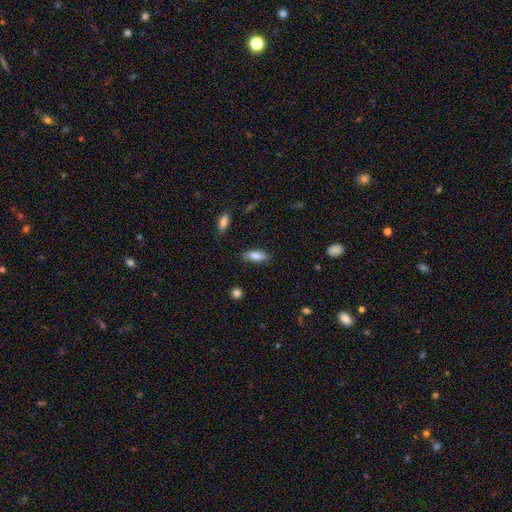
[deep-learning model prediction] Smooth or featured?
  - smooth: 83% *
  - featured or disk: 10%
  - star or artifact: 7%
How rounded?
  - in between: 73% *
  - cigar-shaped: 25%
  - round: 2%
Merging?
  - none: 79% *
  - minor disturbance: 16%
  - major disturbance: 3%
  - merger: 2%